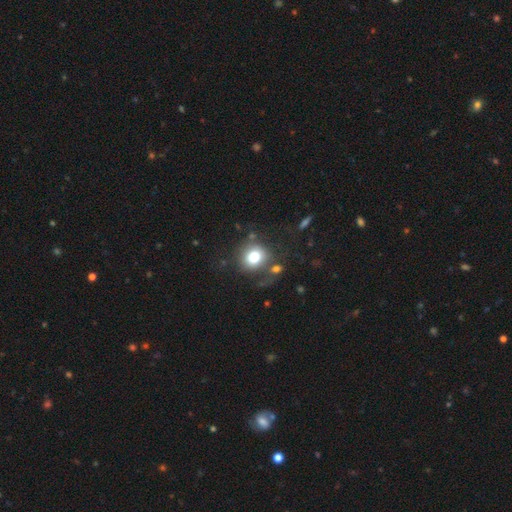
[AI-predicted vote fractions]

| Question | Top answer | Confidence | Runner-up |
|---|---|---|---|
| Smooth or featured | smooth | 75% | featured or disk (13%) |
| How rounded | round | 86% | in between (13%) |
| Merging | none | 67% | minor disturbance (14%) |